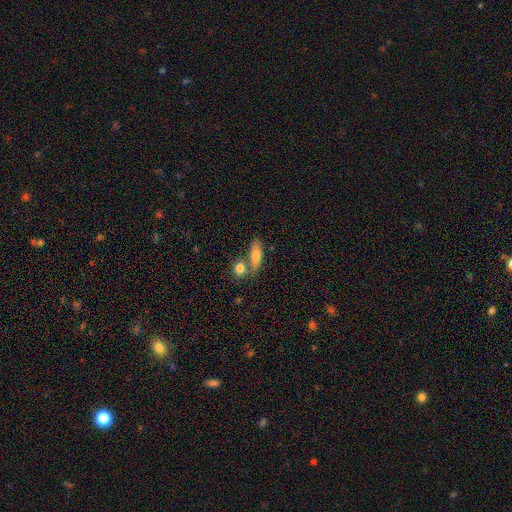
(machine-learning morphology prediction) Smooth or featured: smooth — 71% (featured or disk — 22%)
How rounded: in between — 56% (cigar-shaped — 38%)
Merging: none — 53% (merger — 32%)